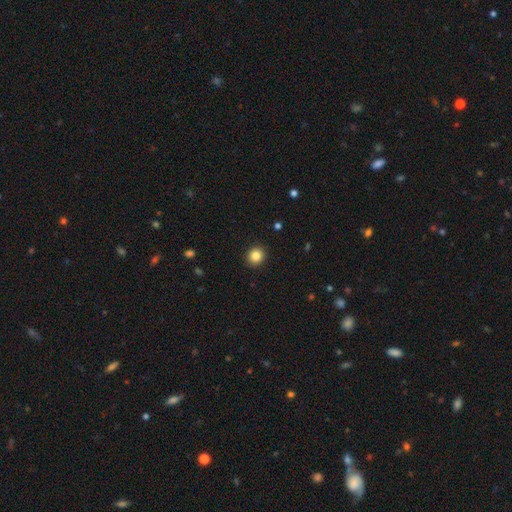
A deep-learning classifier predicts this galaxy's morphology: This appears to be a smooth galaxy with no disk features (84%) that is round (89%). Merging: none (92%).